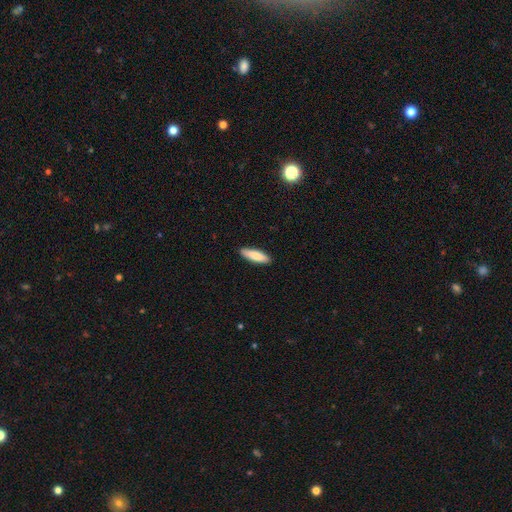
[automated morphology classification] A smooth galaxy with no disk features (83%) that is cigar-shaped (61%).

Vote fractions:
- Smooth or featured? smooth: 83% / featured or disk: 12% / star or artifact: 5%
- How rounded? cigar-shaped: 61% / in between: 38% / round: 2%
- Merging? none: 89% / minor disturbance: 8% / major disturbance: 2% / merger: 1%